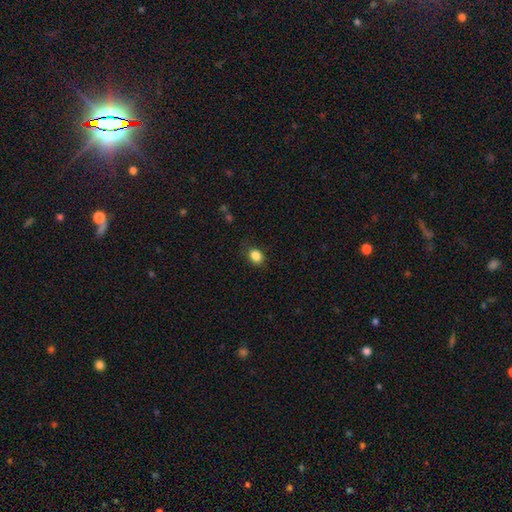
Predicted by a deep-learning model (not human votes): Morphology: type=smooth (86%); roundness=in between (57%); merging=none (84%).